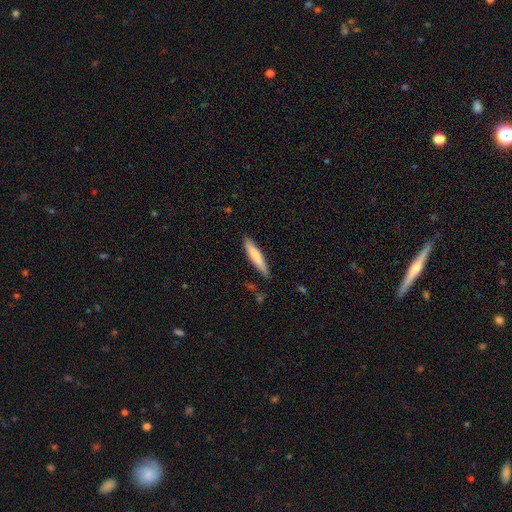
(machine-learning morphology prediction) This appears to be a smooth galaxy with no disk features (77%) that is cigar-shaped (89%). Merging: none (85%).